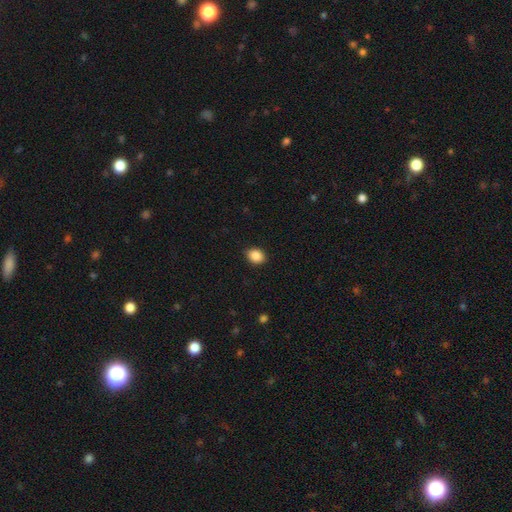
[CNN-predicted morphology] This appears to be a smooth galaxy with no disk features (88%) that is in between round and cigar-shaped (55%). Merging: none (89%).